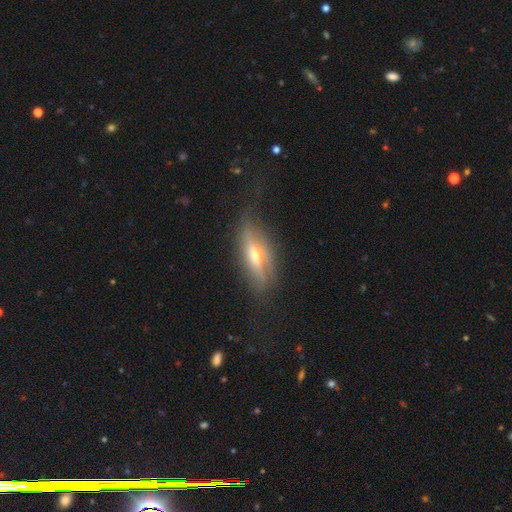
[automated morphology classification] smooth_or_featured: featured or disk (p=0.59) [alt: smooth p=0.34]
disk_edge_on: yes (p=0.72) [alt: no p=0.28]
merging: none (p=0.61) [alt: minor disturbance p=0.24]